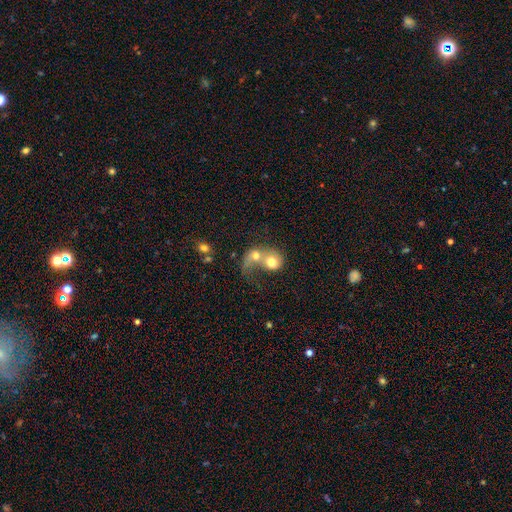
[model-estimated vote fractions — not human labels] This appears to be a smooth galaxy with no disk features (59%) that is round (68%). Merging: merger (78%).